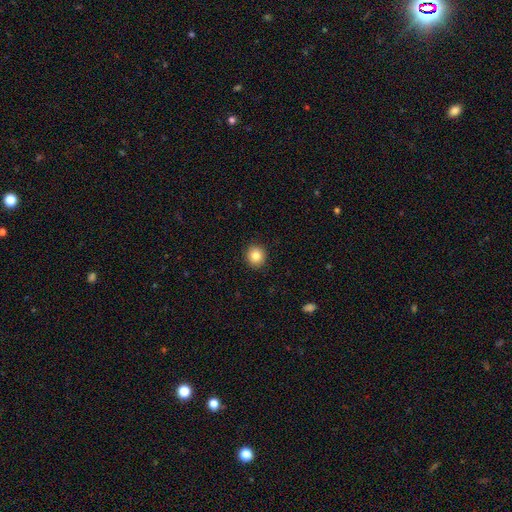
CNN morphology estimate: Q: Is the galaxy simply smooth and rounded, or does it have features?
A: smooth — 84%.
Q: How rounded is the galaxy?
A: round — 89%.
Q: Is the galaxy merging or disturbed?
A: none — 92%.